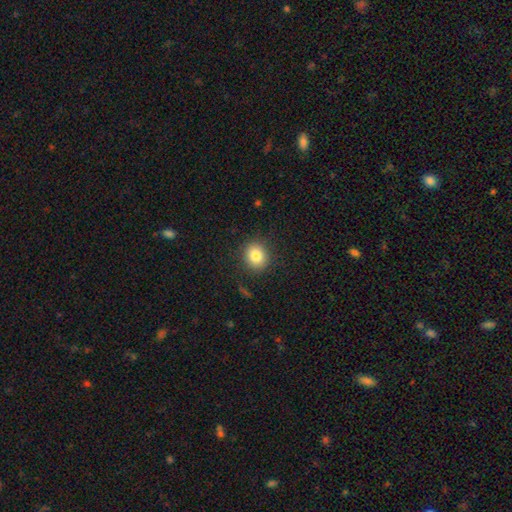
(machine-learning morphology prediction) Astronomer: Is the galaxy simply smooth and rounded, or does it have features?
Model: smooth — 82%.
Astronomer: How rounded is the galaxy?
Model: round — 76%.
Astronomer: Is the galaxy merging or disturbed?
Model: none — 87%.